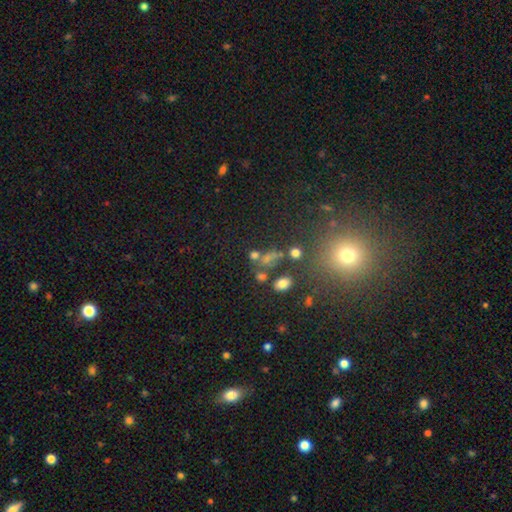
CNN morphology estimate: This appears to be a smooth galaxy with no disk features (49%). Merging: none (59%).